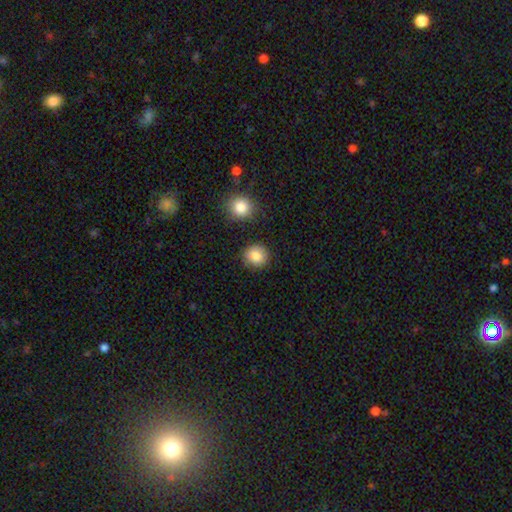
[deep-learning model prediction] Overall: smooth (86%). How rounded: round (87%). Merging: none (85%).